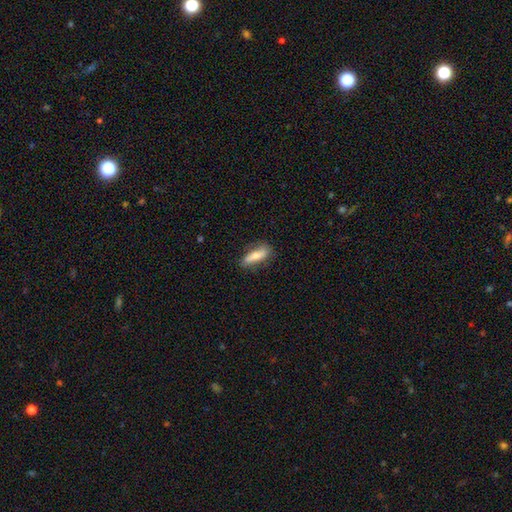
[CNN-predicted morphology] This is likely a smooth galaxy (68%). How rounded: possibly in between (53%). Merging: likely none (77%).